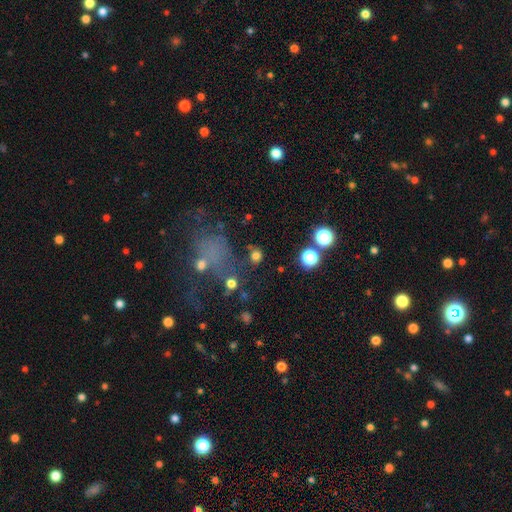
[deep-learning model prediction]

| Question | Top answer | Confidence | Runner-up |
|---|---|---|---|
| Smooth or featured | smooth | 73% | star or artifact (19%) |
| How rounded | round | 78% | in between (20%) |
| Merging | none | 70% | minor disturbance (13%) |